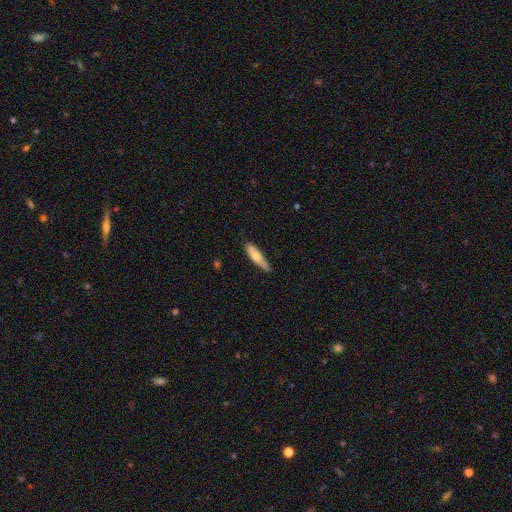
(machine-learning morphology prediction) A smooth galaxy with no disk features (73%) that is cigar-shaped (71%). Merging: none (69%).